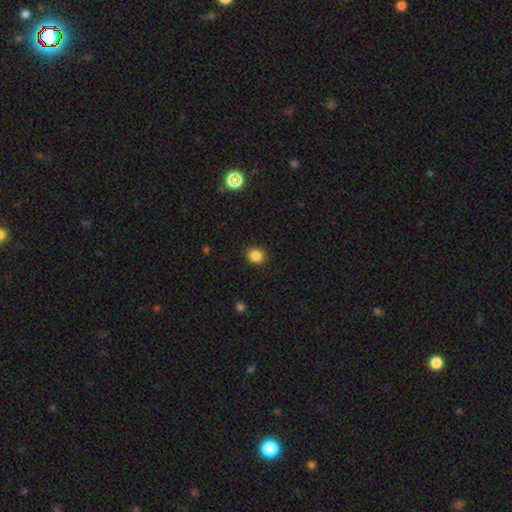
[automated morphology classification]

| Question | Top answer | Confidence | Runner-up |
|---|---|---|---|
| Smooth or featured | smooth | 85% | star or artifact (11%) |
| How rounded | round | 73% | in between (26%) |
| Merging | none | 90% | minor disturbance (7%) |